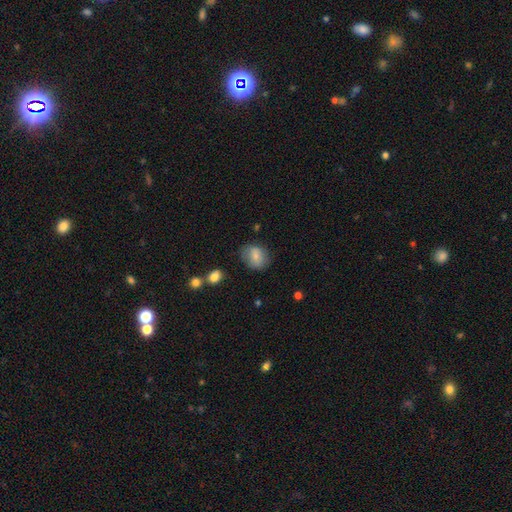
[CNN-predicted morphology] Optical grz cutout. It shows a smooth galaxy with no disk features (77%) that is round (52%). Merging: none (68%).